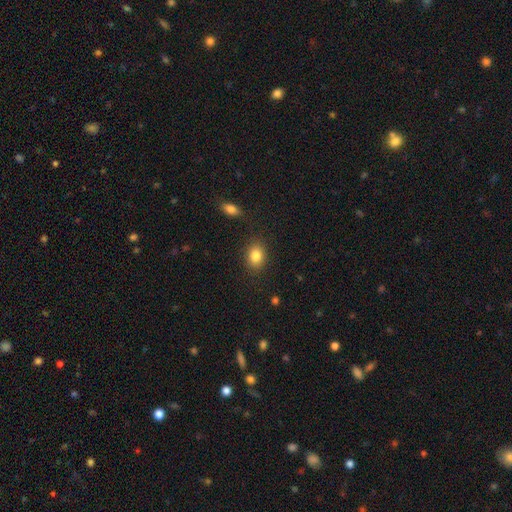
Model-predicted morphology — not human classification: A smooth galaxy with no disk features (84%) that is in between round and cigar-shaped (60%).

Vote fractions:
- Smooth or featured? smooth: 84% / star or artifact: 9% / featured or disk: 7%
- How rounded? in between: 60% / round: 39% / cigar-shaped: 1%
- Merging? none: 85% / minor disturbance: 10% / major disturbance: 3% / merger: 2%